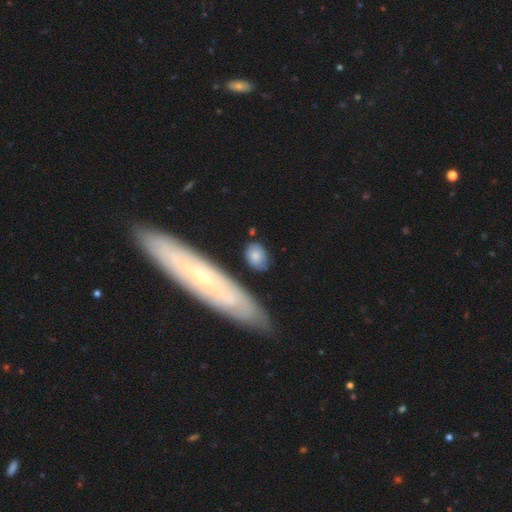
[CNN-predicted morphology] smooth-or-featured: smooth: 77% | featured or disk: 16% | star or artifact: 7%
  how-rounded: in between: 60% | round: 35% | cigar-shaped: 5%
  merging: none: 74% | minor disturbance: 16% | major disturbance: 5% | merger: 5%